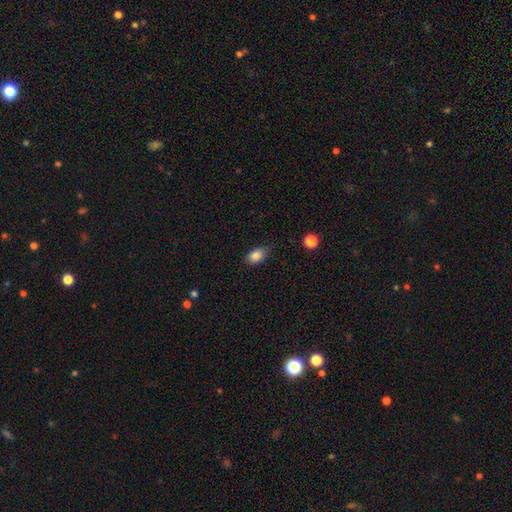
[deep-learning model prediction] Smooth or featured?
  - smooth: 84% *
  - star or artifact: 9%
  - featured or disk: 7%
How rounded?
  - in between: 86% *
  - round: 12%
  - cigar-shaped: 2%
Merging?
  - none: 74% *
  - minor disturbance: 22%
  - major disturbance: 3%
  - merger: 1%